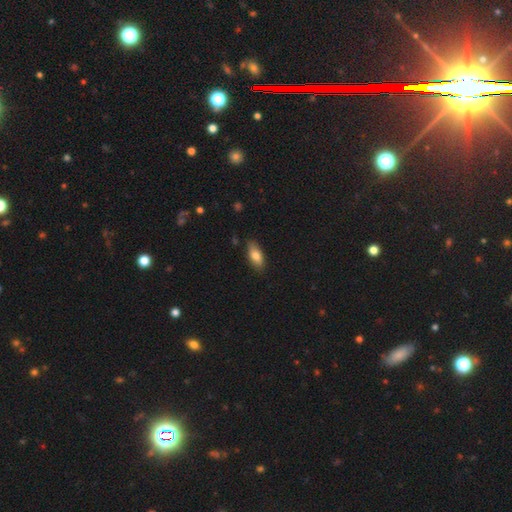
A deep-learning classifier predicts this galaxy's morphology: Smooth or featured? Predicted: smooth (p=0.80). How rounded? Predicted: in between (p=0.83). Merging? Predicted: none (p=0.82).